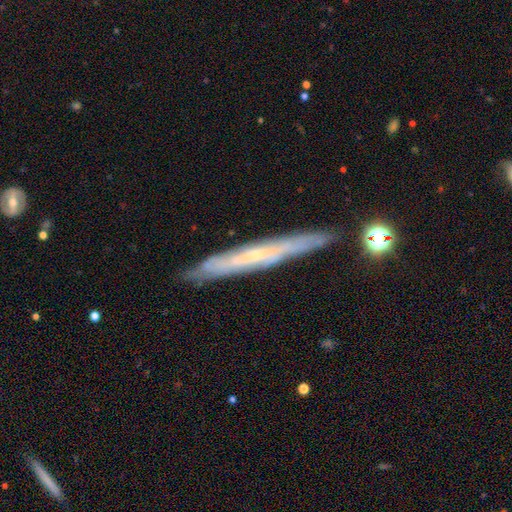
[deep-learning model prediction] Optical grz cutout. It shows a featured or disk galaxy (66%) viewed edge-on (88%) with no central bulge (66%). Merging: none (86%).